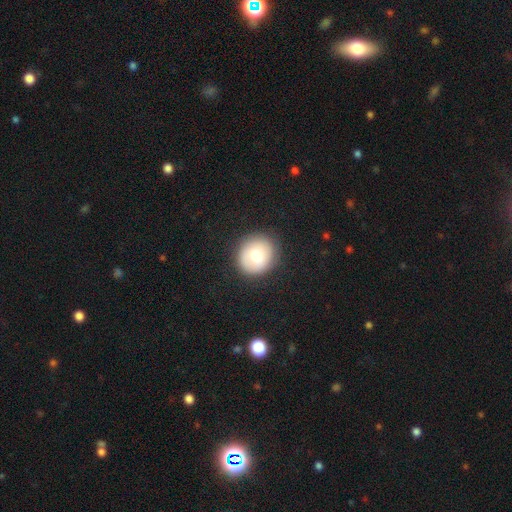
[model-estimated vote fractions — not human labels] A smooth galaxy with no disk features (72%) that is round (83%).

Vote fractions:
- Smooth or featured? smooth: 72% / featured or disk: 19% / star or artifact: 9%
- How rounded? round: 83% / in between: 16% / cigar-shaped: 1%
- Merging? none: 86% / minor disturbance: 9% / major disturbance: 3% / merger: 1%